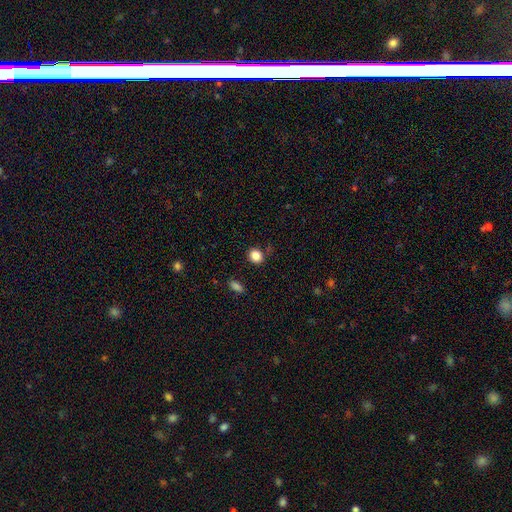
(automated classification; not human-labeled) Smooth or featured? Predicted: smooth (p=0.86). How rounded? Predicted: round (p=0.66). Merging? Predicted: none (p=0.81).